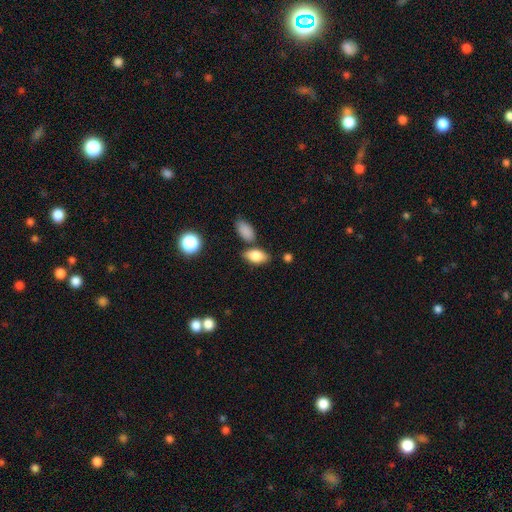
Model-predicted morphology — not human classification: Smooth or featured? Predicted: smooth (p=0.80). How rounded? Predicted: in between (p=0.89). Merging? Predicted: none (p=0.71).